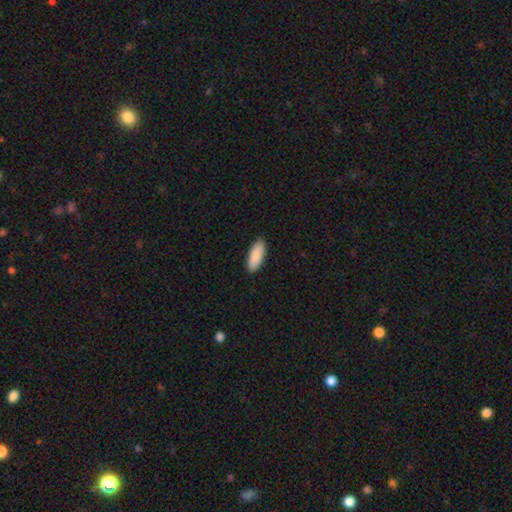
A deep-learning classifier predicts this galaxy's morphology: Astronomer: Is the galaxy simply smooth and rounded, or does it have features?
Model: smooth — 91%.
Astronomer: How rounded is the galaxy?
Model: in between — 79%.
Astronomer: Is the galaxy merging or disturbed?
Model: none — 90%.